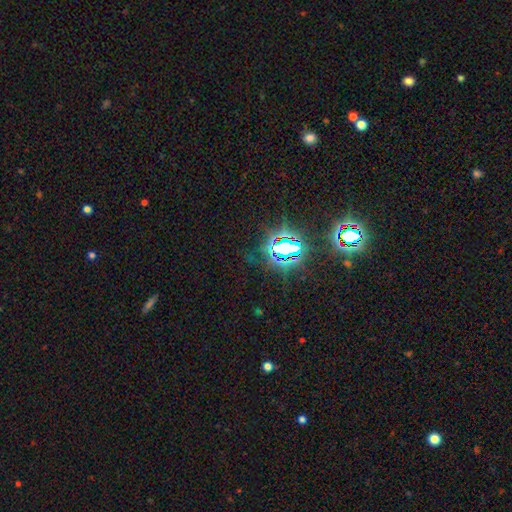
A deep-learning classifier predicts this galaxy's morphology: A star or artifact, not a galaxy (81%).

Vote fractions:
- Smooth or featured? star or artifact: 81% / smooth: 11% / featured or disk: 8%